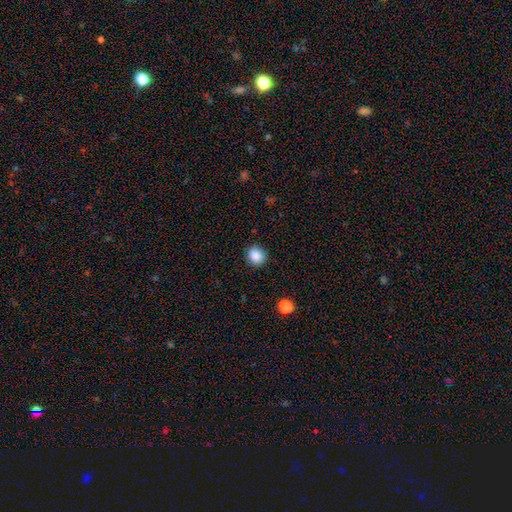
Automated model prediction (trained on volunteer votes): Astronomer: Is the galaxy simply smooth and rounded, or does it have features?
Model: smooth — 87%.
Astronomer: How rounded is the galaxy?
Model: round — 78%.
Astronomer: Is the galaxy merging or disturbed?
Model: none — 86%.